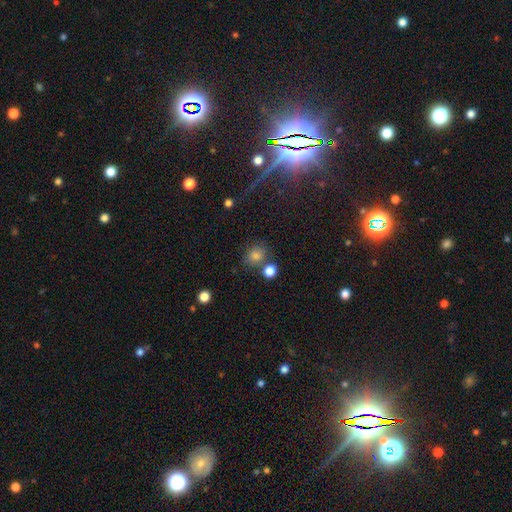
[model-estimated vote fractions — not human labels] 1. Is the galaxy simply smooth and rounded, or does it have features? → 73% smooth, 18% star or artifact, 9% featured or disk.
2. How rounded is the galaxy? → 68% round, 31% in between, 1% cigar-shaped.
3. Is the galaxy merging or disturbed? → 67% none, 14% merger, 14% minor disturbance, 5% major disturbance.